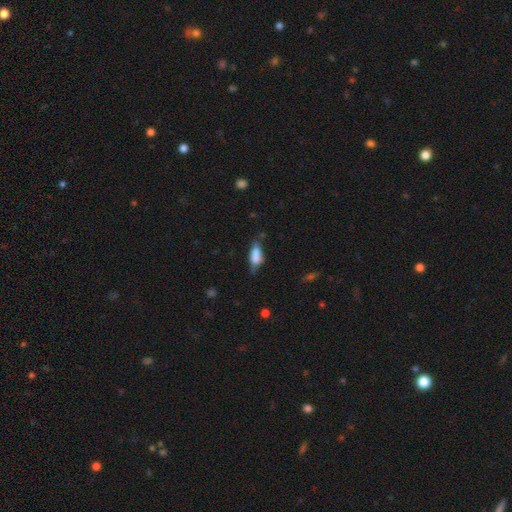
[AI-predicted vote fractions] The model was most divided on "merging": none: 52%, minor disturbance: 33%, major disturbance: 11%, merger: 4%. More confident: smooth or featured — smooth (74%); how rounded — in between (74%).